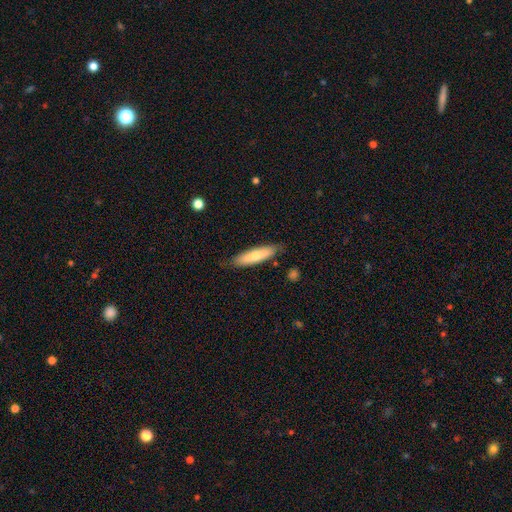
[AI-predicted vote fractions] Smooth or featured?
  - smooth: 69% *
  - featured or disk: 26%
  - star or artifact: 6%
How rounded?
  - cigar-shaped: 75% *
  - in between: 23%
  - round: 1%
Merging?
  - none: 82% *
  - minor disturbance: 14%
  - major disturbance: 3%
  - merger: 2%